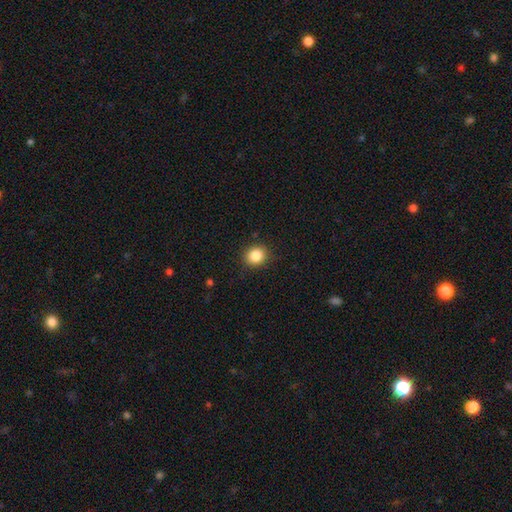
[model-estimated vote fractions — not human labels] smooth 86%, star or artifact 10%, featured or disk 4%. Down the decision tree: how rounded — round (84%); merging — none (89%).